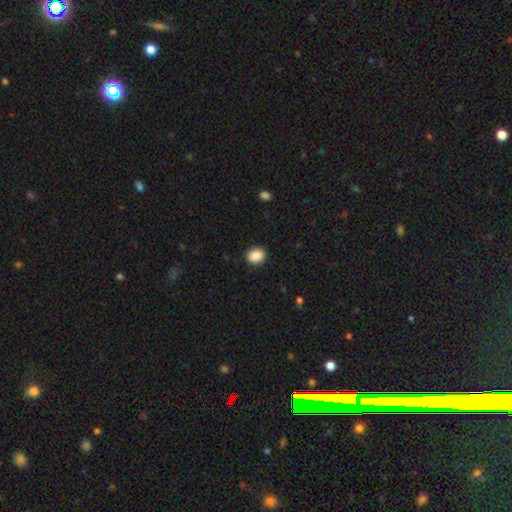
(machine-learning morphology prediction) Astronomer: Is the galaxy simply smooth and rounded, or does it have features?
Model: smooth — 88%.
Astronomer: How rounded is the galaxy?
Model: round — 59% (runner-up: in between, 40%).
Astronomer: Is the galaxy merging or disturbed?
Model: none — 91%.